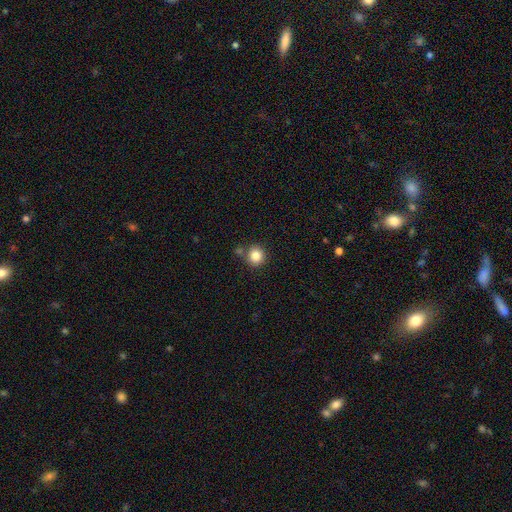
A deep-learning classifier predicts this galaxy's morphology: Smooth or featured?
  - smooth: 84% *
  - star or artifact: 10%
  - featured or disk: 5%
How rounded?
  - round: 91% *
  - in between: 8%
  - cigar-shaped: 1%
Merging?
  - none: 75% *
  - merger: 12%
  - minor disturbance: 9%
  - major disturbance: 3%